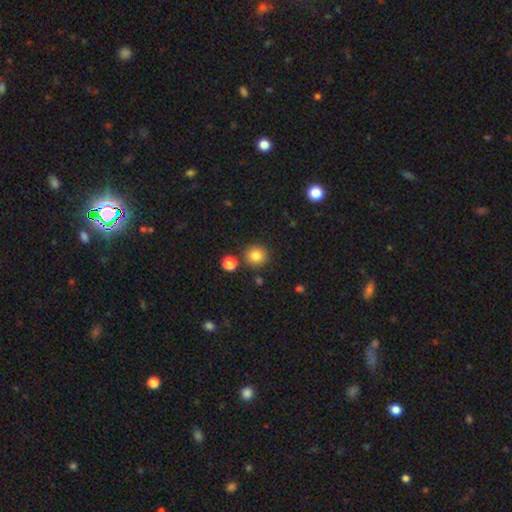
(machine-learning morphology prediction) Smooth or featured? smooth (83%)
How rounded? round (91%)
Merging? none (85%)